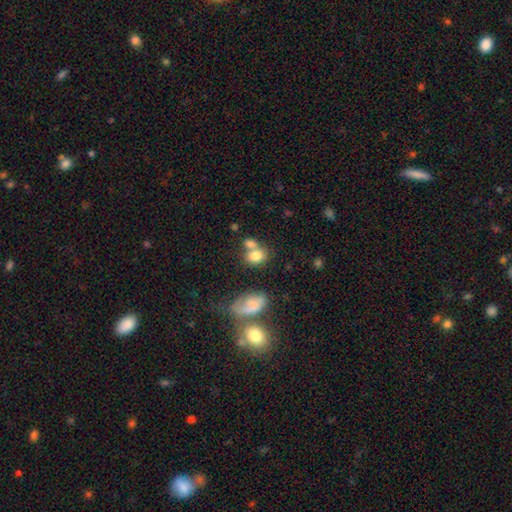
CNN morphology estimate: smooth-or-featured: smooth: 78% | featured or disk: 11% | star or artifact: 10%
  how-rounded: in between: 65% | round: 34% | cigar-shaped: 2%
  merging: merger: 43% | none: 39% | minor disturbance: 12% | major disturbance: 6%